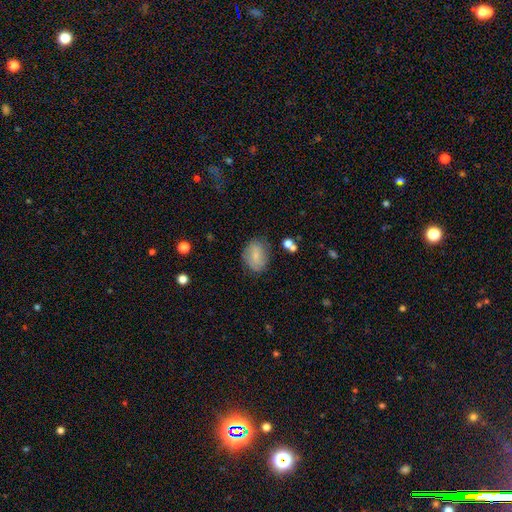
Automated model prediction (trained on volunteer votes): A smooth galaxy with no disk features (74%) that is in between round and cigar-shaped (67%). Merging: none (74%).